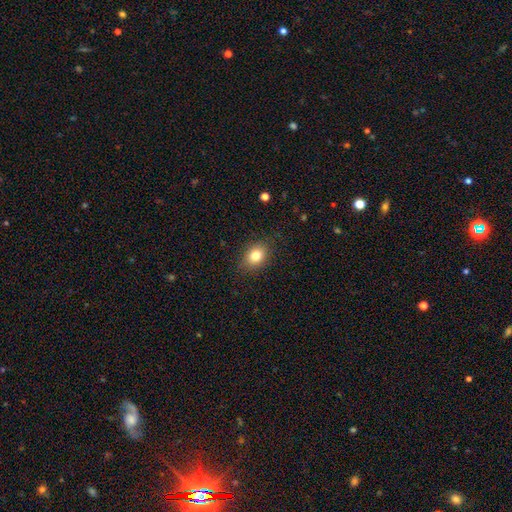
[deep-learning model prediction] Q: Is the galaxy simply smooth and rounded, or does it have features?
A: smooth — 81%.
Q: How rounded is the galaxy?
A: in between — 62%.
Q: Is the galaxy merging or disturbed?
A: none — 85%.